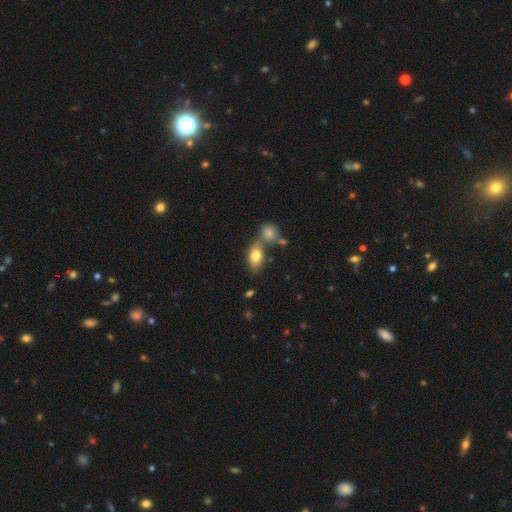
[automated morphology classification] smooth-or-featured: smooth: 79% | featured or disk: 13% | star or artifact: 8%
  how-rounded: in between: 86% | round: 11% | cigar-shaped: 3%
  merging: none: 46% | merger: 38% | minor disturbance: 12% | major disturbance: 5%